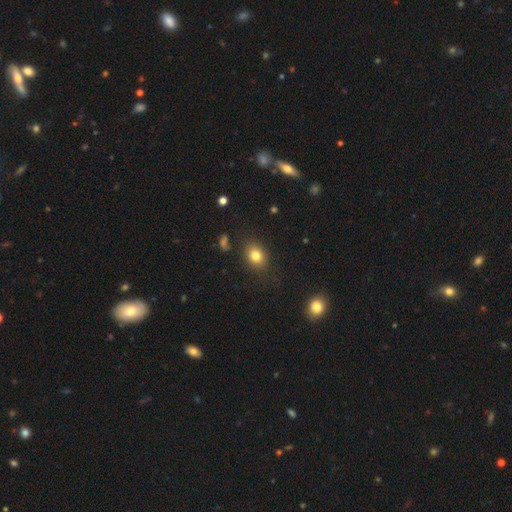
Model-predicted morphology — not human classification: Overall: smooth (80%). How rounded: in between (52%; round 47%). Merging: none (85%).